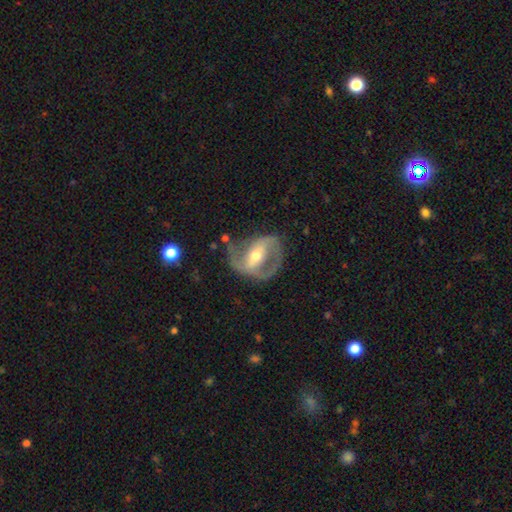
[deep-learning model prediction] Q: Smooth or featured?
A: featured or disk (83%); runner-up: smooth (12%)
Q: Edge-on disk?
A: no (96%); runner-up: yes (4%)
Q: Bar?
A: strong (50%); runner-up: weak (33%)
Q: Spiral arms?
A: yes (83%); runner-up: no (17%)
Q: Spiral winding?
A: medium (49%); runner-up: loose (30%)
Q: Spiral arm count?
A: 2 (83%); runner-up: can't tell (7%)
Q: Bulge size?
A: moderate (66%); runner-up: small (27%)
Q: Merging?
A: none (59%); runner-up: minor disturbance (21%)